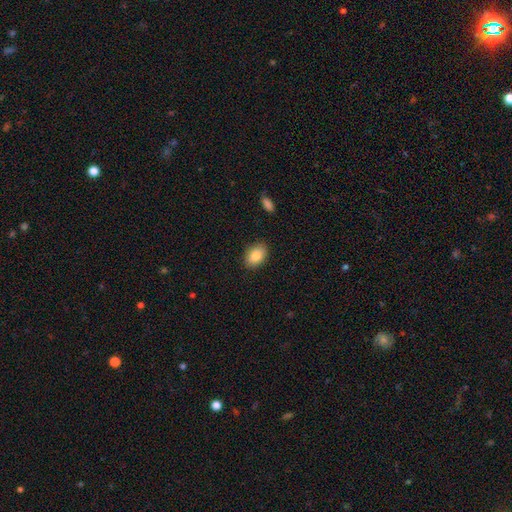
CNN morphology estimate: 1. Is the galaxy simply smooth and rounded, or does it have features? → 85% smooth, 8% star or artifact, 7% featured or disk.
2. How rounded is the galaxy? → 82% in between, 17% round, 1% cigar-shaped.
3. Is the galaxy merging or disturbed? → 87% none, 9% minor disturbance, 2% major disturbance, 1% merger.